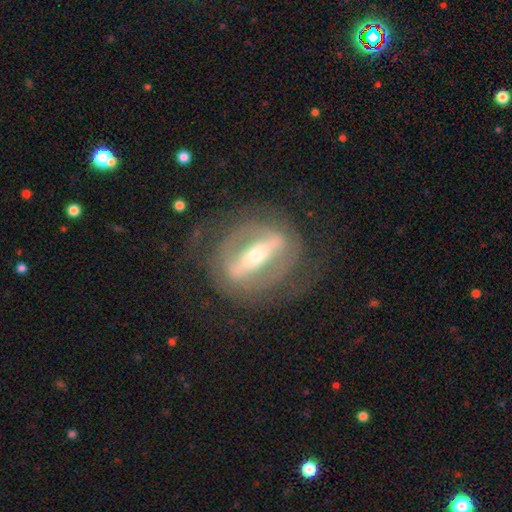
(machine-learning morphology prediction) type=featured or disk (84%); edge-on=no (75%); bar=strong (84%); spiral arms=no (54%); bulge=moderate (46%); merging=none (70%).